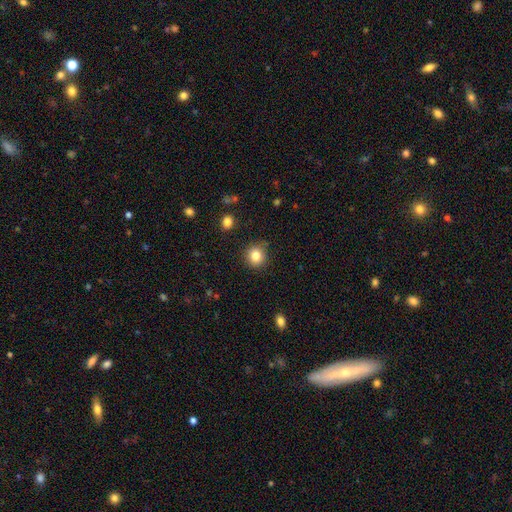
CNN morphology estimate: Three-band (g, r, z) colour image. It shows a smooth galaxy with no disk features (83%) that is round (90%). Merging: none (87%).